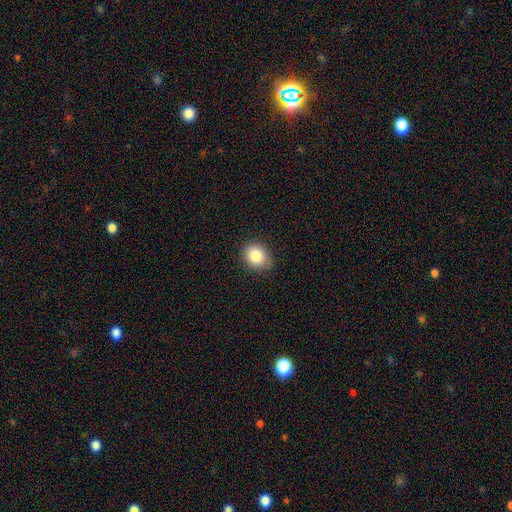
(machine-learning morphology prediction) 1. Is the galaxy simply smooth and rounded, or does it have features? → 84% smooth, 9% star or artifact, 7% featured or disk.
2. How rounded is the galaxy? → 53% round, 46% in between, 1% cigar-shaped.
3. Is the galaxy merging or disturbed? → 81% none, 15% minor disturbance, 3% major disturbance, 1% merger.